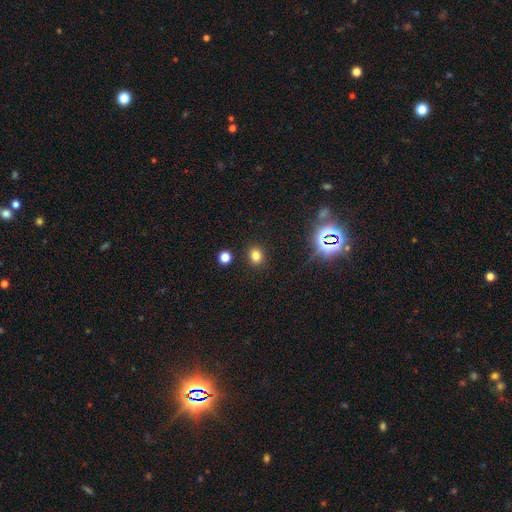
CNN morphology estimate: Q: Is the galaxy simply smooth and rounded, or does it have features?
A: smooth — 78%.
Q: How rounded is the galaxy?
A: round — 62%.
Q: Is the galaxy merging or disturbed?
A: none — 88%.